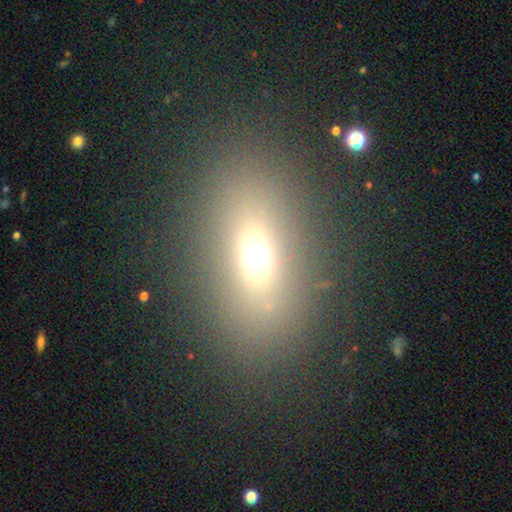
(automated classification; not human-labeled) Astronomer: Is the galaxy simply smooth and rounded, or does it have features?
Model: smooth — 64%.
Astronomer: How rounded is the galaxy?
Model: in between — 74%.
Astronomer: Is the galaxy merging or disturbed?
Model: none — 82%.